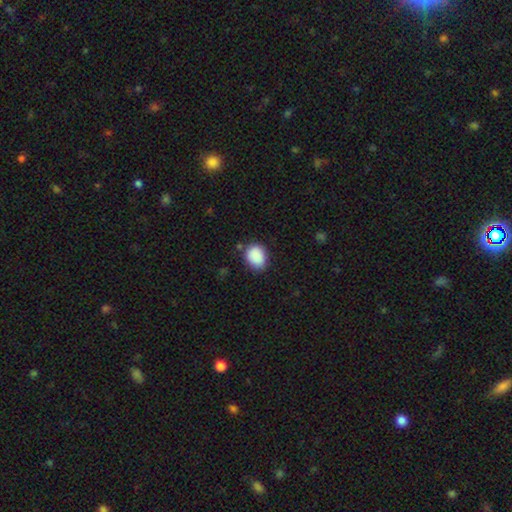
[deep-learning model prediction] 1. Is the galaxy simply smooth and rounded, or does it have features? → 89% smooth, 8% star or artifact, 4% featured or disk.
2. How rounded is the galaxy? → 56% in between, 43% round, 1% cigar-shaped.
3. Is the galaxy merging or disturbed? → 76% none, 17% minor disturbance, 4% major disturbance, 3% merger.